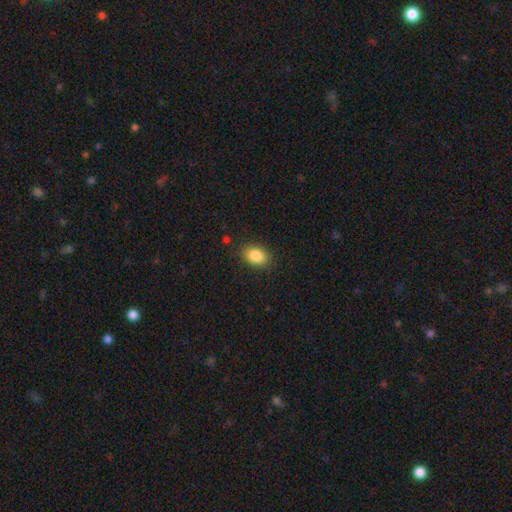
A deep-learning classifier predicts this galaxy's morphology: Smooth or featured?
  - smooth: 86% *
  - star or artifact: 8%
  - featured or disk: 5%
How rounded?
  - in between: 82% *
  - round: 17%
  - cigar-shaped: 1%
Merging?
  - none: 86% *
  - minor disturbance: 10%
  - major disturbance: 3%
  - merger: 1%